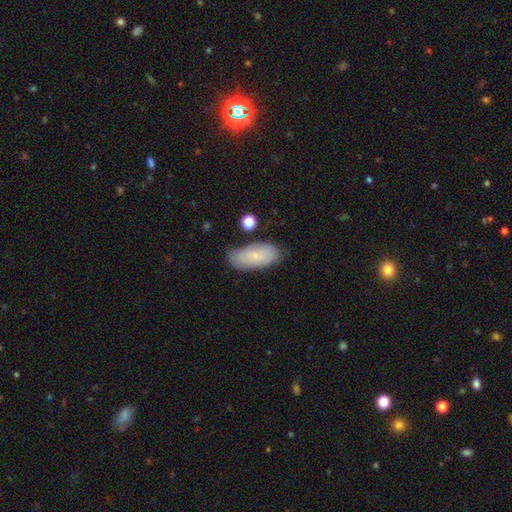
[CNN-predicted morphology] This is likely a smooth galaxy (65%). How rounded: clearly in between (90%). Merging: likely none (68%).